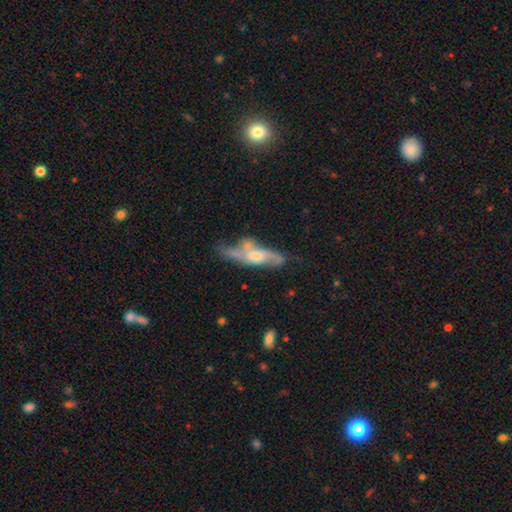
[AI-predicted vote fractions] Smooth or featured?
  - featured or disk: 68% *
  - smooth: 25%
  - star or artifact: 7%
Edge-on disk?
  - no: 66% *
  - yes: 34%
Merging?
  - none: 39% *
  - minor disturbance: 24%
  - merger: 19%
  - major disturbance: 18%